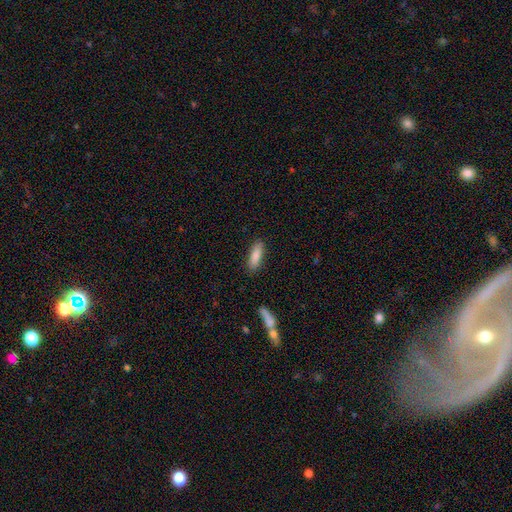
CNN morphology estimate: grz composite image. It shows a smooth galaxy with no disk features (85%) that is in between round and cigar-shaped (54%). Merging: none (86%).